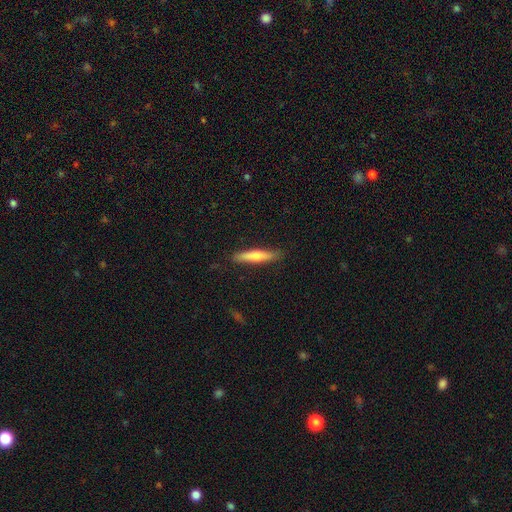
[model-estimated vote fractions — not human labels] A smooth galaxy with no disk features (58%) that is cigar-shaped (90%). Merging: none (87%).